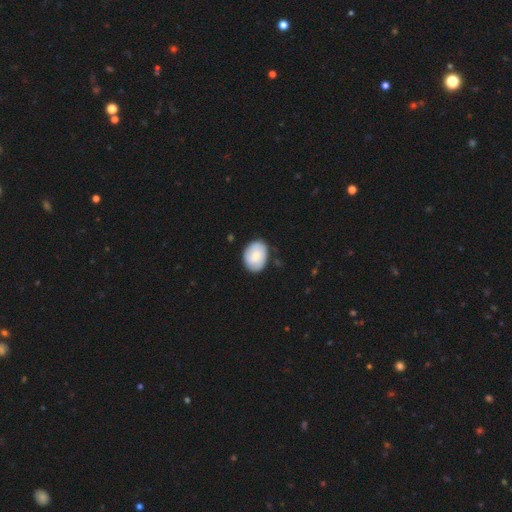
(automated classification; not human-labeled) smooth-or-featured: smooth: 73% | featured or disk: 21% | star or artifact: 6%
  how-rounded: in between: 70% | round: 29% | cigar-shaped: 1%
  merging: none: 78% | minor disturbance: 17% | major disturbance: 3% | merger: 2%